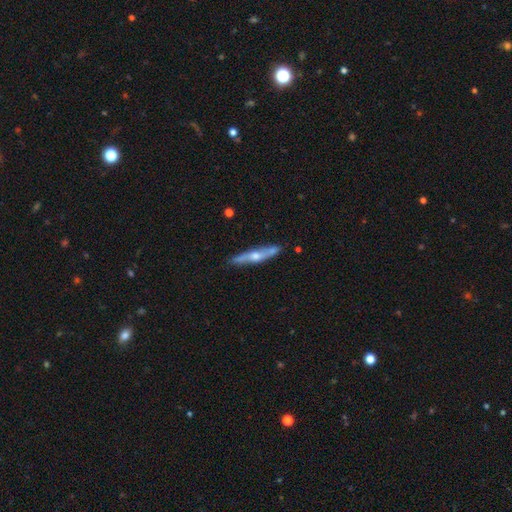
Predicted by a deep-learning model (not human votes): smooth_or_featured: featured or disk (p=0.65) [alt: smooth p=0.29]
disk_edge_on: yes (p=0.87) [alt: no p=0.13]
edge_on_bulge: rounded (p=0.87) [alt: none p=0.09]
merging: none (p=0.83) [alt: minor disturbance p=0.12]